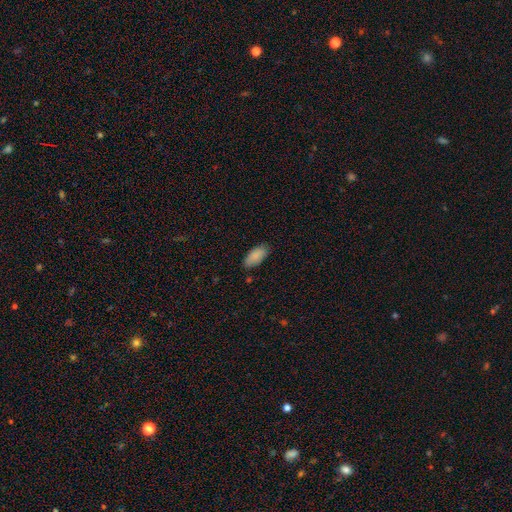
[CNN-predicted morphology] This is clearly a smooth galaxy (88%). How rounded: clearly in between (90%). Merging: clearly none (80%).